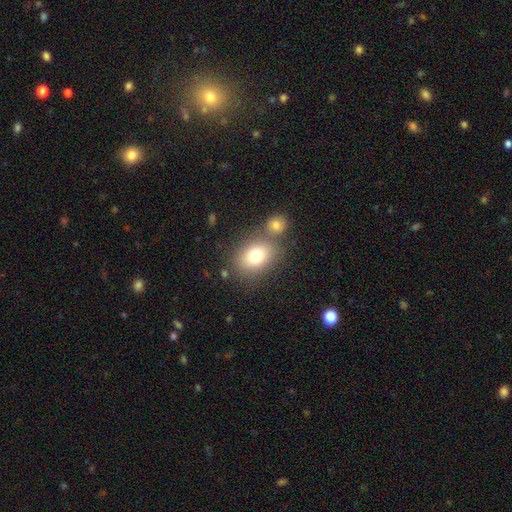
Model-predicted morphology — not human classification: The model was most divided on "how rounded": in between: 66%, round: 33%, cigar-shaped: 1%. More confident: smooth or featured — smooth (78%); merging — none (59%).